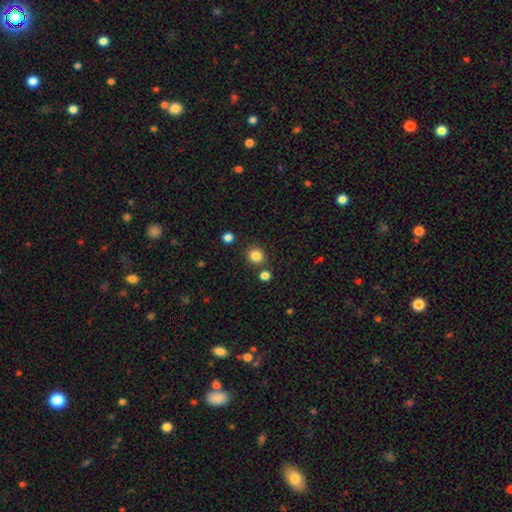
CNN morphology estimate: Smooth or featured?
  - smooth: 84% *
  - star or artifact: 12%
  - featured or disk: 4%
How rounded?
  - round: 89% *
  - in between: 10%
  - cigar-shaped: 1%
Merging?
  - none: 84% *
  - minor disturbance: 7%
  - merger: 6%
  - major disturbance: 2%